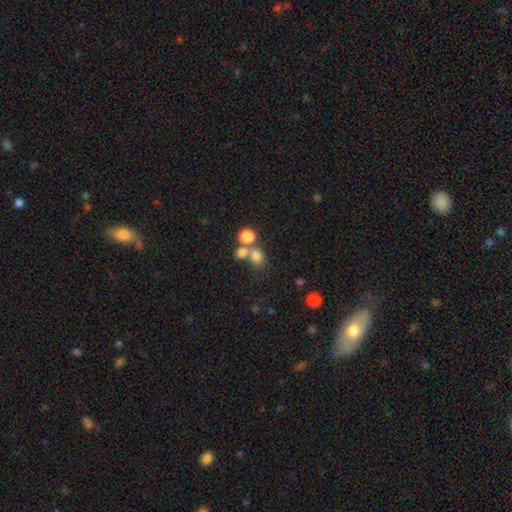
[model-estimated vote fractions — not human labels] A smooth galaxy with no disk features (75%) that is round (76%).

Vote fractions:
- Smooth or featured? smooth: 75% / star or artifact: 16% / featured or disk: 10%
- How rounded? round: 76% / in between: 23% / cigar-shaped: 1%
- Merging? none: 49% / merger: 39% / minor disturbance: 7% / major disturbance: 4%